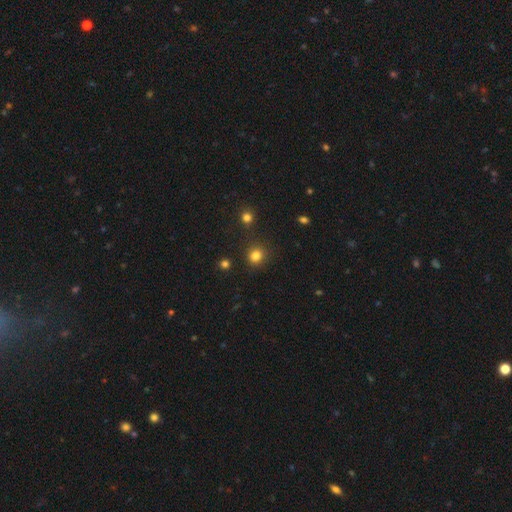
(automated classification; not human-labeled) The model was most divided on "smooth or featured": smooth: 81%, star or artifact: 14%, featured or disk: 4%. More confident: how rounded — round (88%); merging — none (87%).